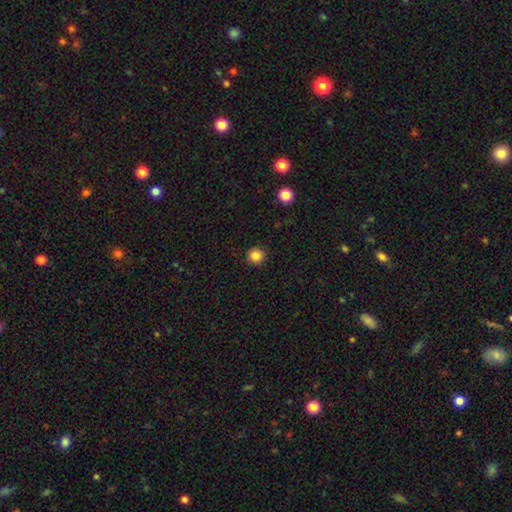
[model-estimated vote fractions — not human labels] Overall: smooth (85%). How rounded: round (95%). Merging: none (92%).